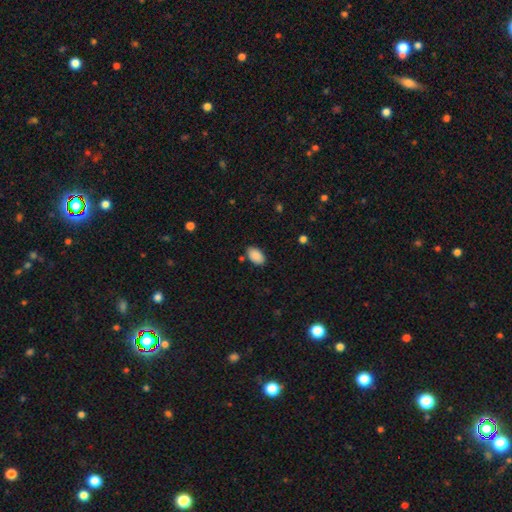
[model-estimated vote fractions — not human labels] smooth 89%, star or artifact 7%, featured or disk 3%. Down the decision tree: how rounded — in between (93%); merging — none (83%).